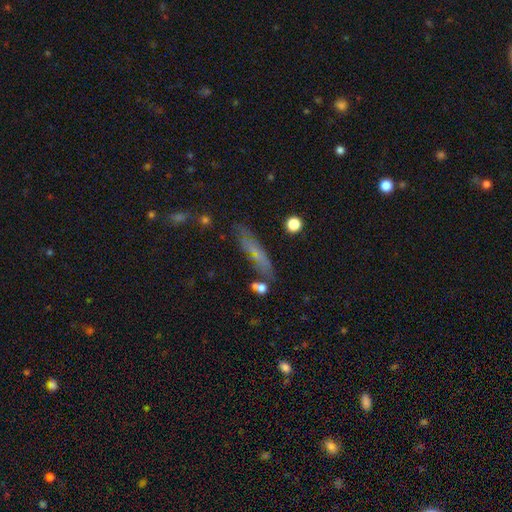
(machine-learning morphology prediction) Smooth or featured: smooth — 54% (featured or disk — 32%)
How rounded: cigar-shaped — 79% (in between — 17%)
Merging: none — 71% (minor disturbance — 17%)